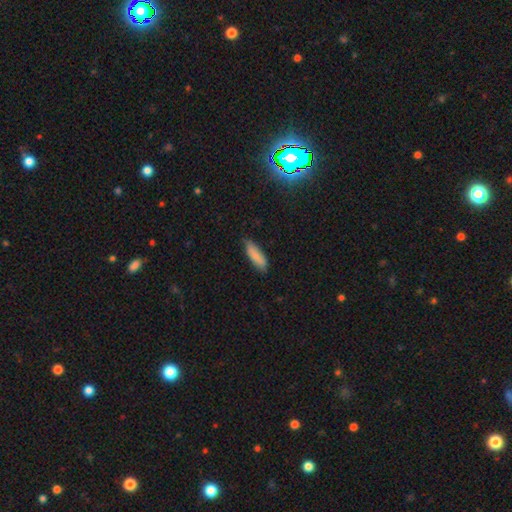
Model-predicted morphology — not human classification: Smooth or featured? Predicted: smooth (p=0.83). How rounded? Predicted: in between (p=0.51). Merging? Predicted: none (p=0.70).